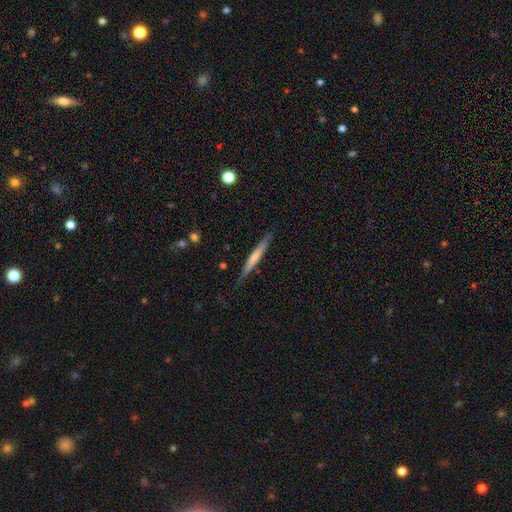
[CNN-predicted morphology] type=smooth (52%); roundness=cigar-shaped (96%); merging=none (86%).